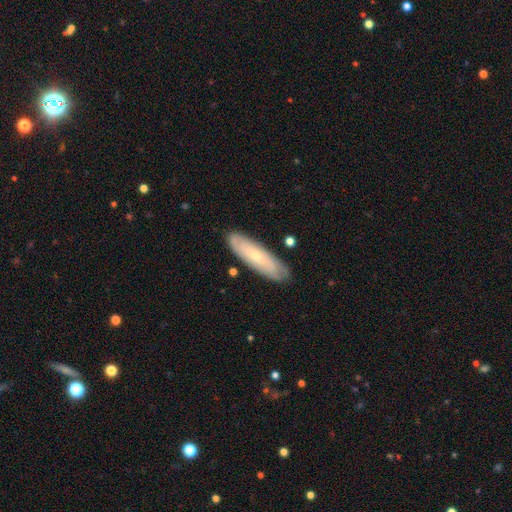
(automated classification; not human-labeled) Overall: smooth (48%; featured or disk 45%). Merging: none (84%).